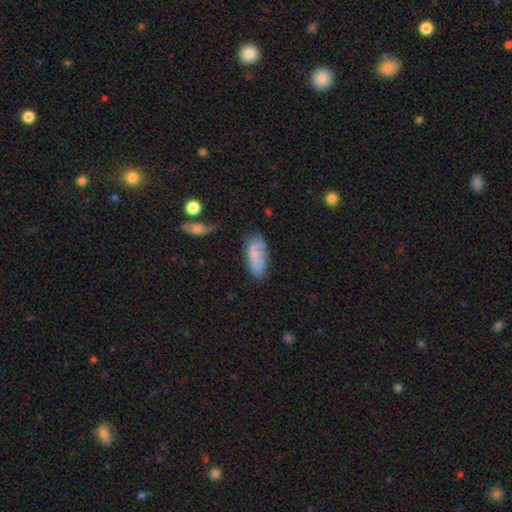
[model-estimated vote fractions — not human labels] This appears to be a smooth galaxy with no disk features (76%) that is in between round and cigar-shaped (80%). Merging: none (62%).